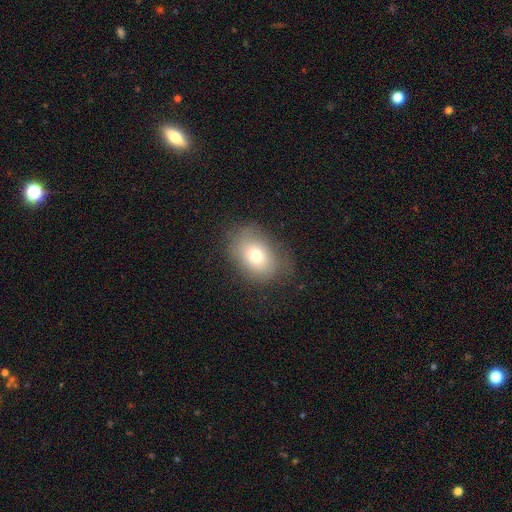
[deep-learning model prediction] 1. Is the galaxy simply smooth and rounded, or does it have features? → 72% smooth, 17% featured or disk, 11% star or artifact.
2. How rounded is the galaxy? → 69% in between, 30% round, 1% cigar-shaped.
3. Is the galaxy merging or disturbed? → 71% none, 20% minor disturbance, 8% major disturbance, 1% merger.